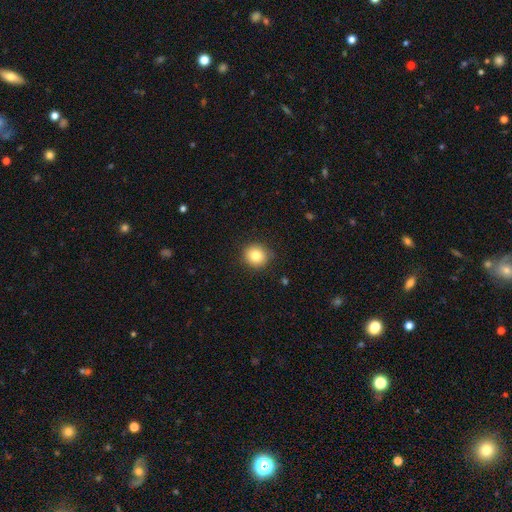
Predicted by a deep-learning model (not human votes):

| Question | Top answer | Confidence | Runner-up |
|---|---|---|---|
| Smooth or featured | smooth | 81% | star or artifact (10%) |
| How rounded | round | 90% | in between (9%) |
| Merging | none | 88% | minor disturbance (9%) |